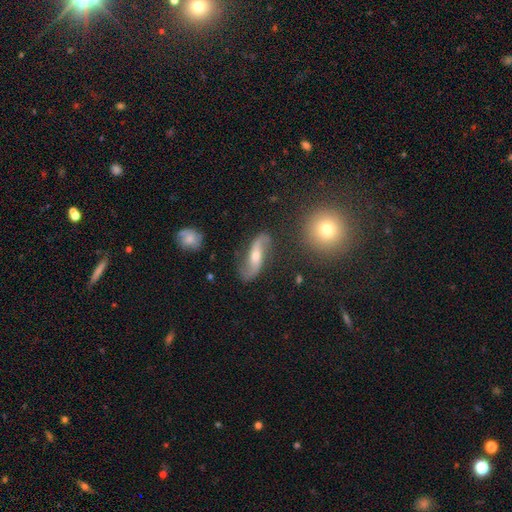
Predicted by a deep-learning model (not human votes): This is clearly a featured or disk galaxy (81%). It is clearly not viewed edge-on (92%). Bar: marginally no (41%). Spiral arm pattern: clearly yes (95%). Spiral arm count: clearly 2 (93%). Spiral winding: likely loose (76%). Central bulge: possibly moderate (58%). Merging: likely none (78%).